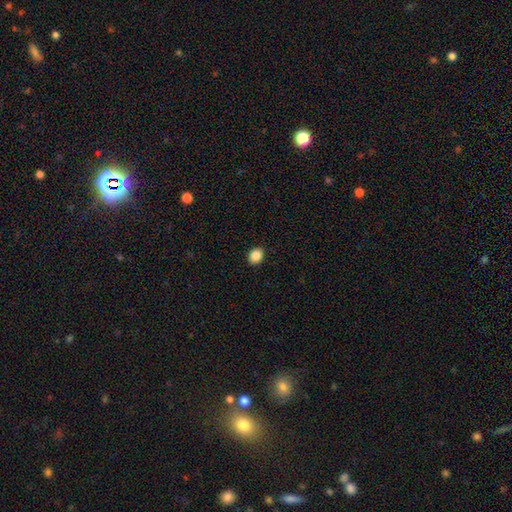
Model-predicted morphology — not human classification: Overall: smooth (87%). How rounded: in between (54%; round 46%). Merging: none (91%).